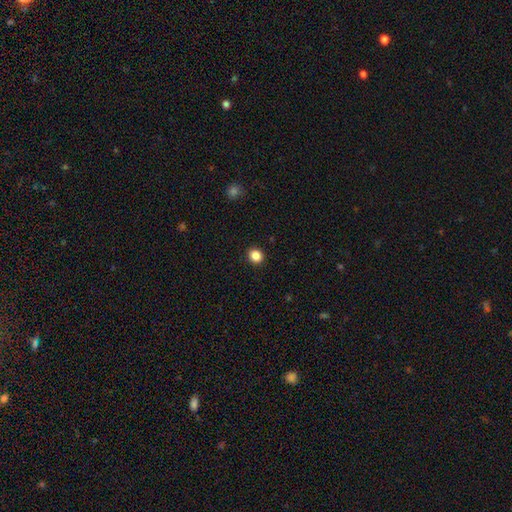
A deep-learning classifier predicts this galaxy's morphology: Smooth or featured?
  - smooth: 86% *
  - star or artifact: 11%
  - featured or disk: 3%
How rounded?
  - round: 82% *
  - in between: 17%
  - cigar-shaped: 1%
Merging?
  - none: 93% *
  - minor disturbance: 5%
  - major disturbance: 2%
  - merger: 1%